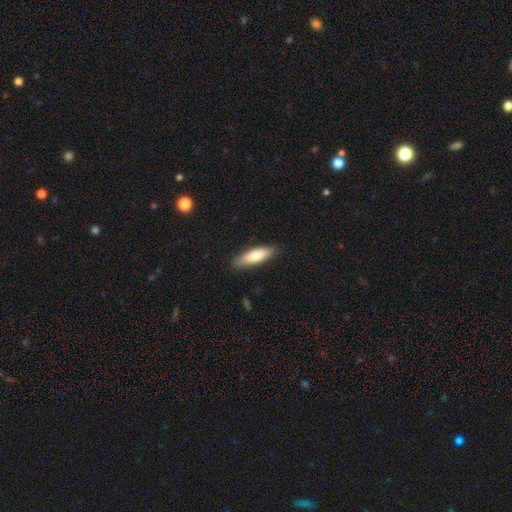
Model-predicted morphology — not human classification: The model was most divided on "how rounded": cigar-shaped: 51%, in between: 47%, round: 2%. More confident: merging — none (86%); smooth or featured — smooth (74%).